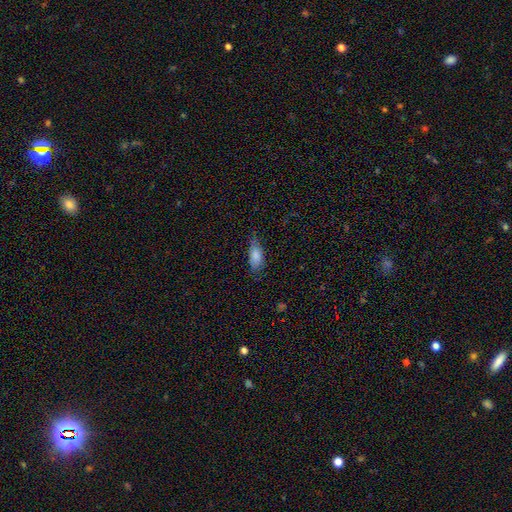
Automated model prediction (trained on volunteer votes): Smooth or featured? Predicted: smooth (p=0.82). How rounded? Predicted: in between (p=0.83). Merging? Predicted: none (p=0.67).